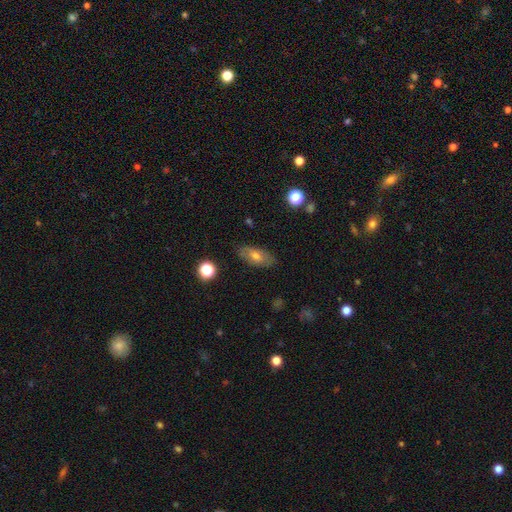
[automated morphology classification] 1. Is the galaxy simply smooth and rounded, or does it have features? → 65% smooth, 27% featured or disk, 8% star or artifact.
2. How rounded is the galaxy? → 85% in between, 11% cigar-shaped, 5% round.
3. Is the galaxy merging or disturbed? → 84% none, 12% minor disturbance, 3% major disturbance, 1% merger.